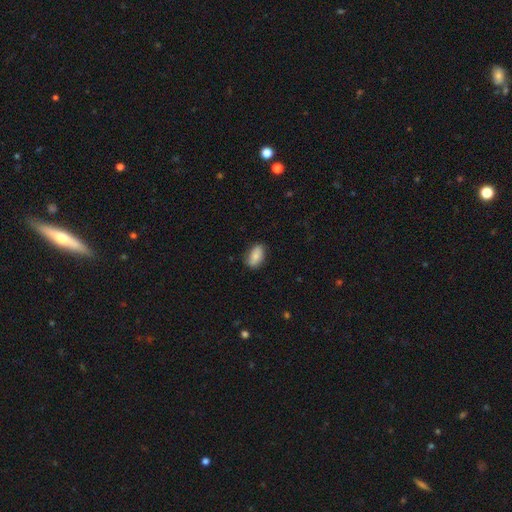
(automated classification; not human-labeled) This appears to be a smooth galaxy with no disk features (81%) that is in between round and cigar-shaped (91%). Merging: none (79%).